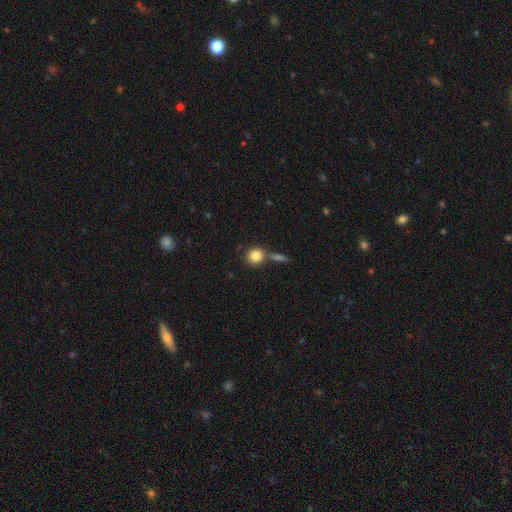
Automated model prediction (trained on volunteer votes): smooth-or-featured: smooth: 84% | star or artifact: 9% | featured or disk: 7%
  how-rounded: round: 86% | in between: 12% | cigar-shaped: 2%
  merging: none: 63% | merger: 24% | minor disturbance: 10% | major disturbance: 3%